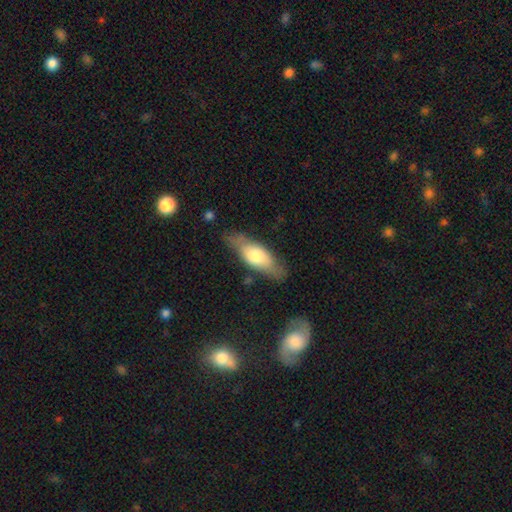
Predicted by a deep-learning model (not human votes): smooth_or_featured: smooth (p=0.58) [alt: featured or disk p=0.36]
how_rounded: in between (p=0.66) [alt: cigar-shaped p=0.31]
merging: none (p=0.71) [alt: minor disturbance p=0.21]